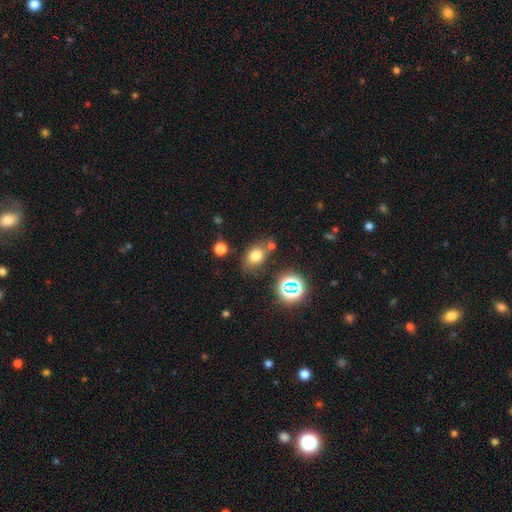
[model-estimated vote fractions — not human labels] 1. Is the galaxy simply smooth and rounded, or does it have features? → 73% smooth, 16% star or artifact, 11% featured or disk.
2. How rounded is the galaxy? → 72% in between, 26% round, 2% cigar-shaped.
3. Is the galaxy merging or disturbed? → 68% none, 15% minor disturbance, 12% merger, 5% major disturbance.